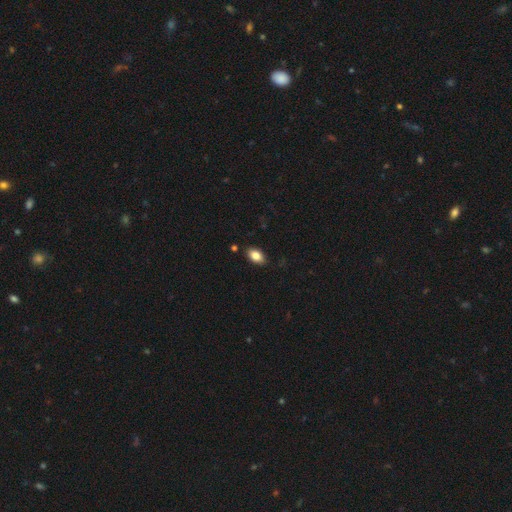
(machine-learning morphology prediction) smooth 84%, featured or disk 8%, star or artifact 8%. Down the decision tree: how rounded — in between (91%); merging — none (84%).